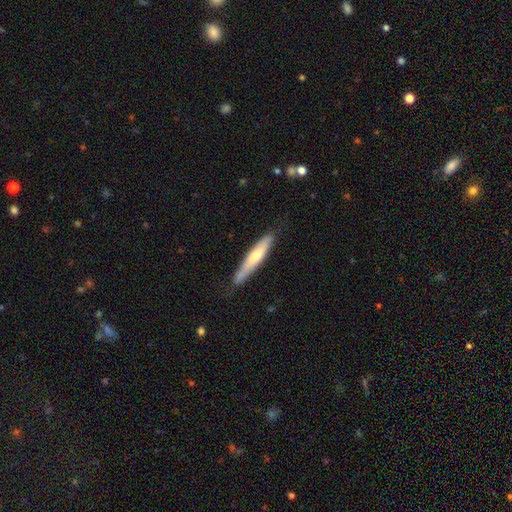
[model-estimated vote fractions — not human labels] A smooth galaxy with no disk features (61%) that is cigar-shaped (89%).

Vote fractions:
- Smooth or featured? smooth: 61% / featured or disk: 34% / star or artifact: 5%
- How rounded? cigar-shaped: 89% / in between: 10% / round: 1%
- Merging? none: 75% / minor disturbance: 20% / major disturbance: 3% / merger: 2%